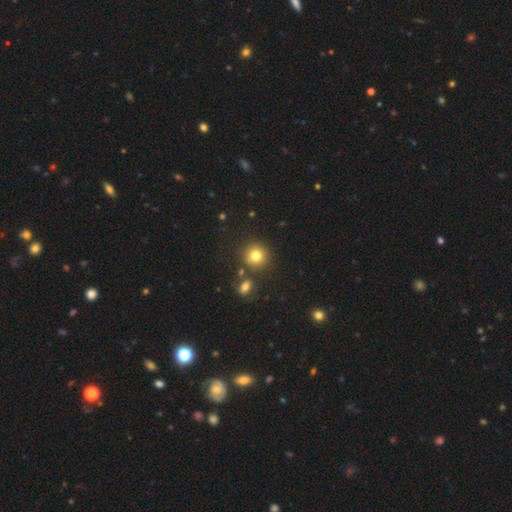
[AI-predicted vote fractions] The model was most divided on "smooth or featured": smooth: 79%, star or artifact: 12%, featured or disk: 8%. More confident: how rounded — round (92%); merging — none (79%).